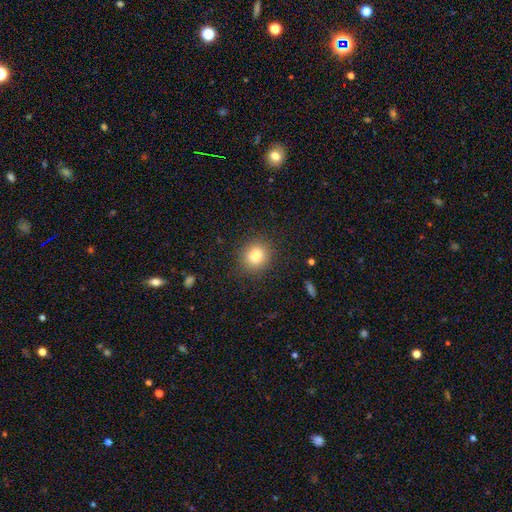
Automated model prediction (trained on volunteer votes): Overall: smooth (82%). How rounded: round (84%). Merging: none (89%).